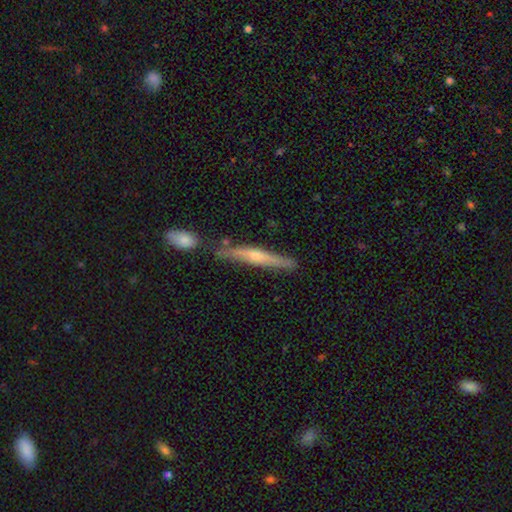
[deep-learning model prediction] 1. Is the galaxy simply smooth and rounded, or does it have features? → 52% featured or disk, 42% smooth, 6% star or artifact.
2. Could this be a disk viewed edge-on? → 94% yes, 6% no.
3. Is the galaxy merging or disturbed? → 72% none, 15% minor disturbance, 9% merger, 3% major disturbance.